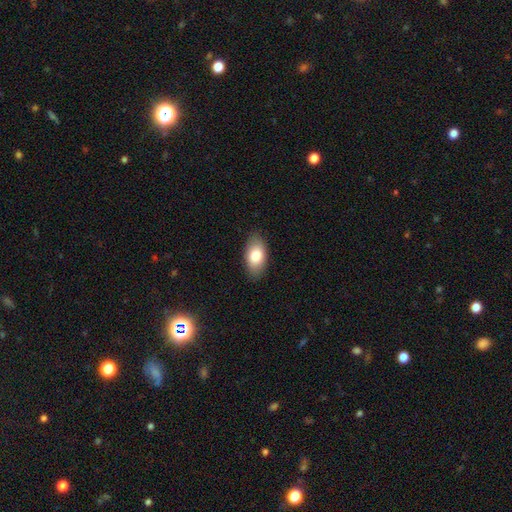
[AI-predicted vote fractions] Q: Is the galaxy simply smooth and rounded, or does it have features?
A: smooth — 79%.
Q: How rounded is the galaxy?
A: in between — 93%.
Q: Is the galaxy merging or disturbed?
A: none — 87%.